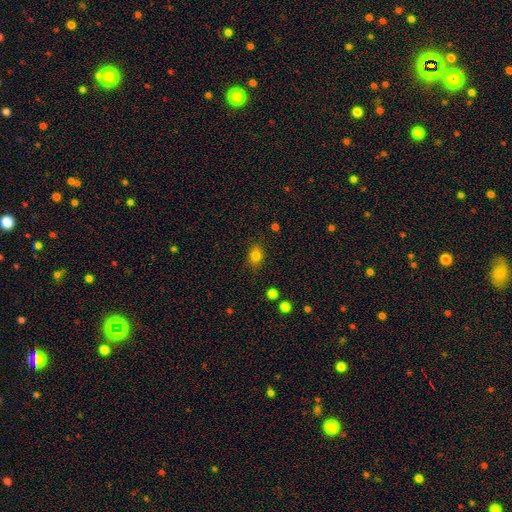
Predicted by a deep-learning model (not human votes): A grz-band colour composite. It shows a smooth galaxy with no disk features (80%) that is in between round and cigar-shaped (56%). Merging: none (82%).